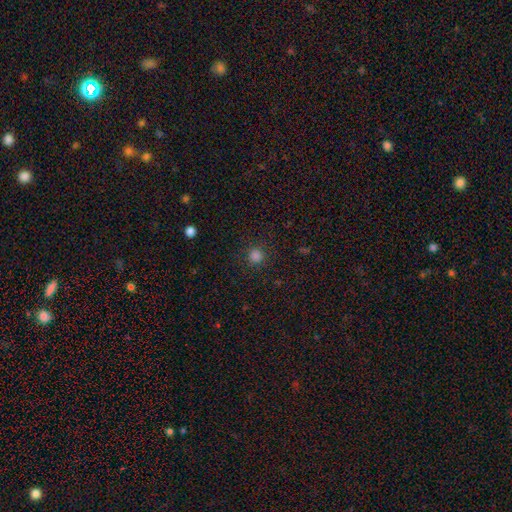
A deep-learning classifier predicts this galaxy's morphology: A smooth galaxy with no disk features (82%) that is round (94%). Merging: none (89%).